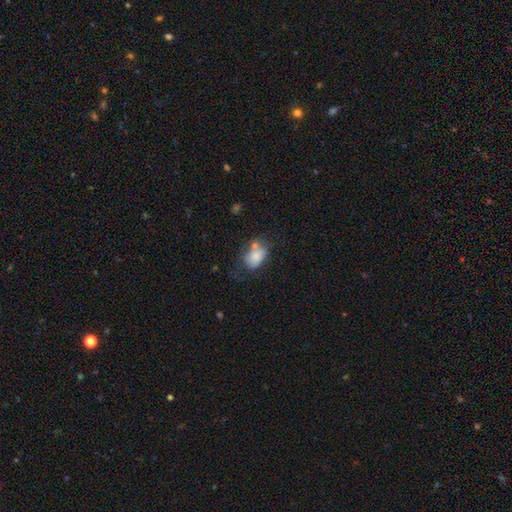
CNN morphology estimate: This is likely a smooth galaxy (76%). How rounded: clearly in between (82%). Merging: marginally none (42%).